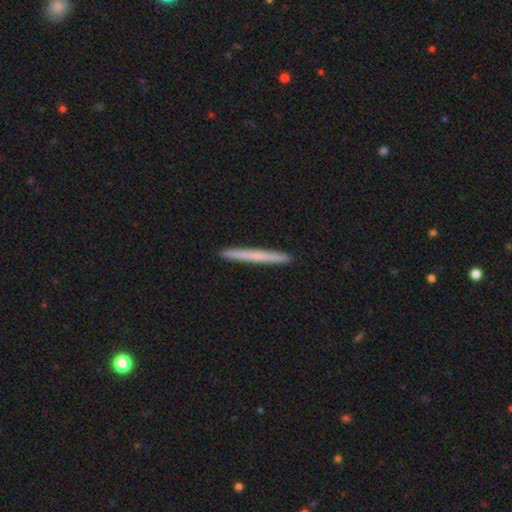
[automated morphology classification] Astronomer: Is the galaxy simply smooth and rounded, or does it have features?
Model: smooth — 62%.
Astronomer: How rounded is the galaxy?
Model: cigar-shaped — 97%.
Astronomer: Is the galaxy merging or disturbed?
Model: none — 94%.